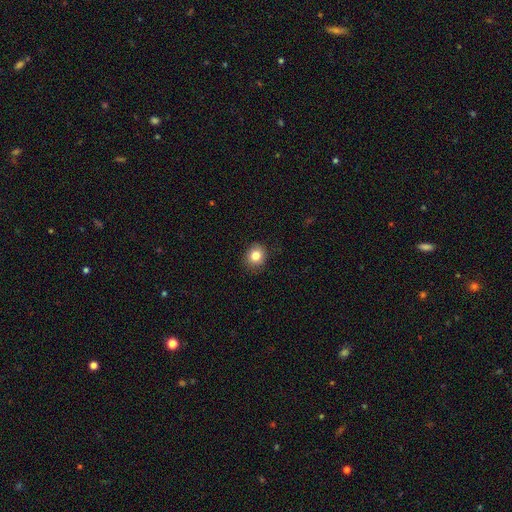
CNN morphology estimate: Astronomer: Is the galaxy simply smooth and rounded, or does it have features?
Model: smooth — 83%.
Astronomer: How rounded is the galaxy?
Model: round — 74%.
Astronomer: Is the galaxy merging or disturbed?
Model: none — 85%.